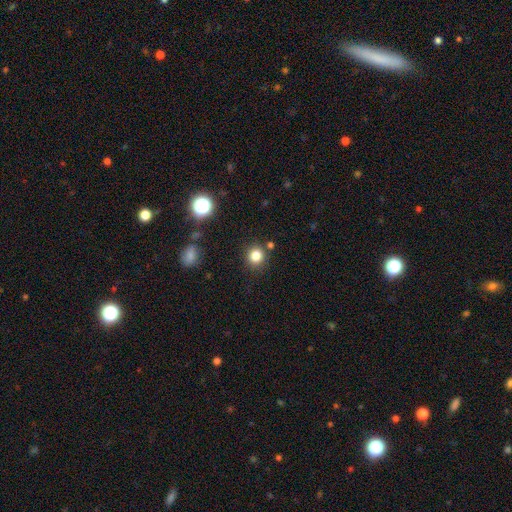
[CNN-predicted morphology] Smooth or featured: smooth — 81% (star or artifact — 14%)
How rounded: round — 89% (in between — 10%)
Merging: none — 85% (minor disturbance — 8%)